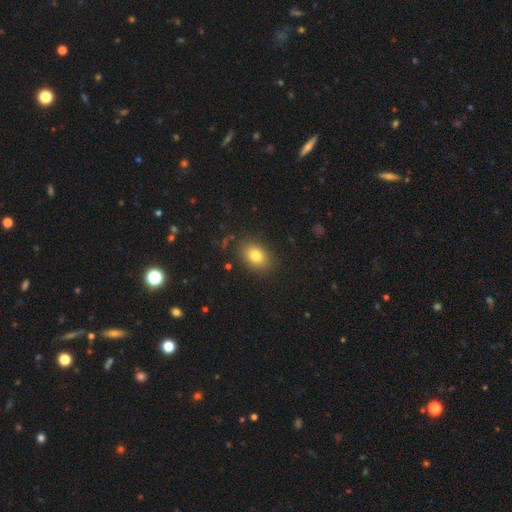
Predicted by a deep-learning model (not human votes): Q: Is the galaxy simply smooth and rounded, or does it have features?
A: smooth — 81%.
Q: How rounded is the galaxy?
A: in between — 80%.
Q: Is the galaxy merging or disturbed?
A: none — 85%.